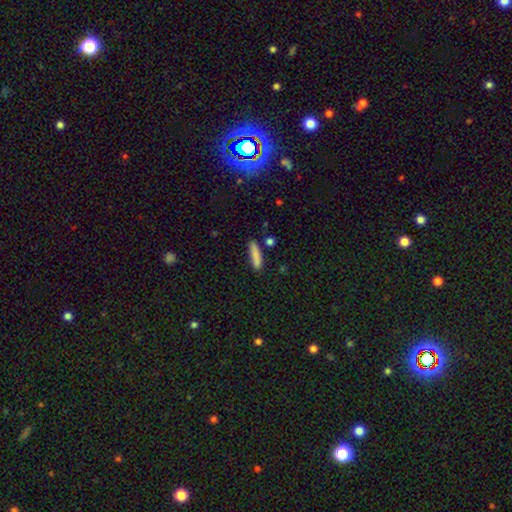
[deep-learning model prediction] smooth_or_featured: smooth (p=0.85) [alt: star or artifact p=0.07]
how_rounded: cigar-shaped (p=0.80) [alt: in between p=0.18]
merging: none (p=0.80) [alt: minor disturbance p=0.13]